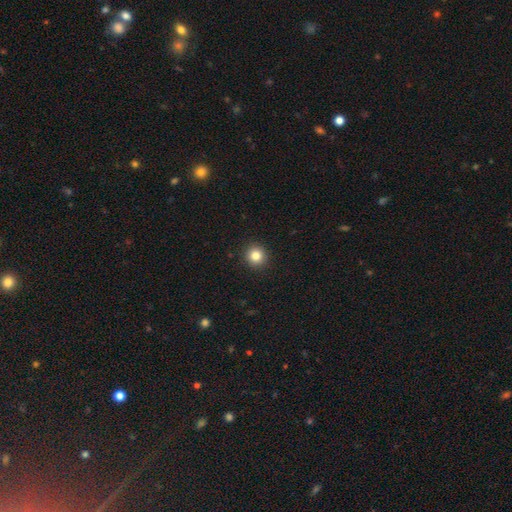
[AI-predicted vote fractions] Q: Smooth or featured?
A: smooth (83%); runner-up: star or artifact (11%)
Q: How rounded?
A: round (94%); runner-up: in between (5%)
Q: Merging?
A: none (93%); runner-up: minor disturbance (5%)